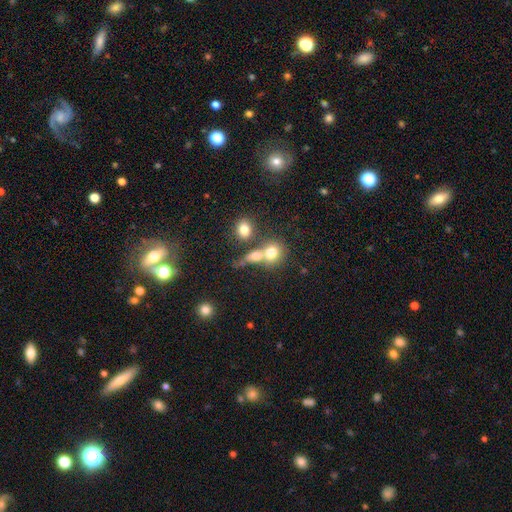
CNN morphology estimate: smooth_or_featured: smooth (p=0.73) [alt: featured or disk p=0.15]
how_rounded: round (p=0.60) [alt: in between p=0.36]
merging: merger (p=0.53) [alt: none p=0.32]